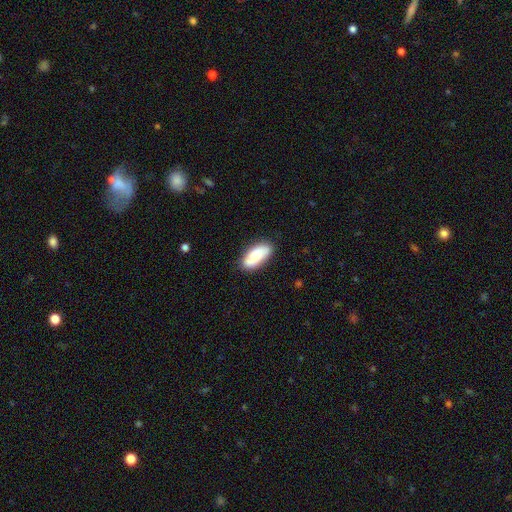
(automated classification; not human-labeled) Q: Smooth or featured?
A: smooth (76%); runner-up: featured or disk (18%)
Q: How rounded?
A: in between (86%); runner-up: cigar-shaped (12%)
Q: Merging?
A: none (80%); runner-up: minor disturbance (15%)